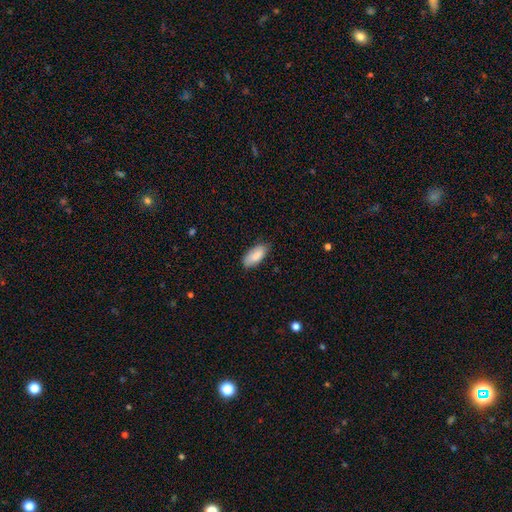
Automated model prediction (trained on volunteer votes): smooth_or_featured: smooth (p=0.86) [alt: featured or disk p=0.07]
how_rounded: in between (p=0.89) [alt: cigar-shaped p=0.09]
merging: none (p=0.78) [alt: minor disturbance p=0.18]